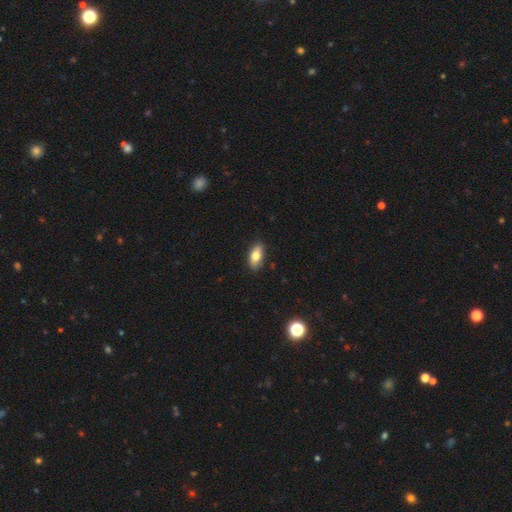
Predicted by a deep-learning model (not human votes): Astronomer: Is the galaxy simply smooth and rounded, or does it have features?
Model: smooth — 75%.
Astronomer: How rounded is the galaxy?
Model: in between — 85%.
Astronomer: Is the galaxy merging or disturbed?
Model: none — 85%.